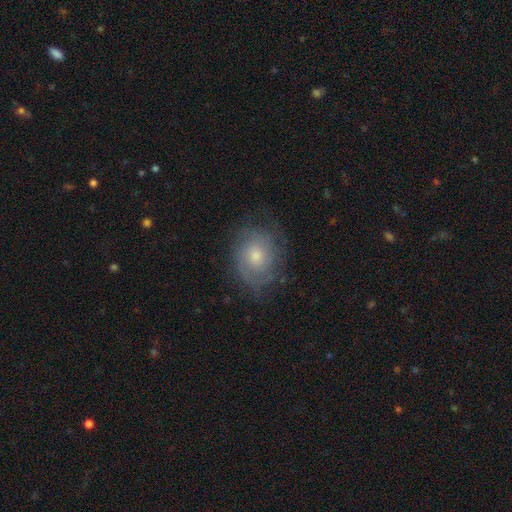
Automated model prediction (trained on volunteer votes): The model was most divided on "bulge size": moderate: 49%, small: 43%, large: 4%, none: 2%, dominant: 1%. Remaining: edge-on disk — no (97%); spiral arms — yes (86%); bar — no (79%); merging — none (71%); smooth or featured — featured or disk (62%); spiral winding — tight (58%); spiral arm count — can't tell (41%).